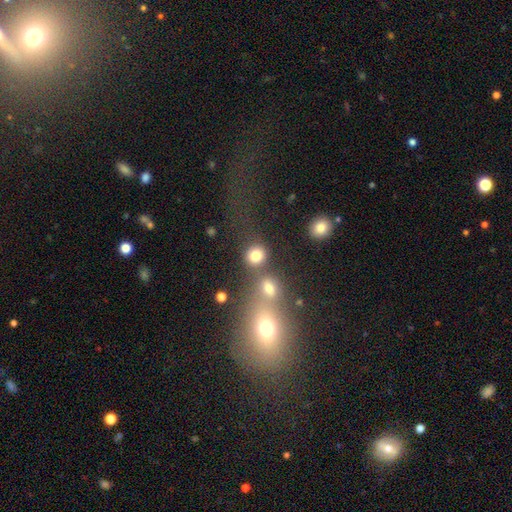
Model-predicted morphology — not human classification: Smooth or featured? Predicted: smooth (p=0.80). How rounded? Predicted: round (p=0.80). Merging? Predicted: none (p=0.59).